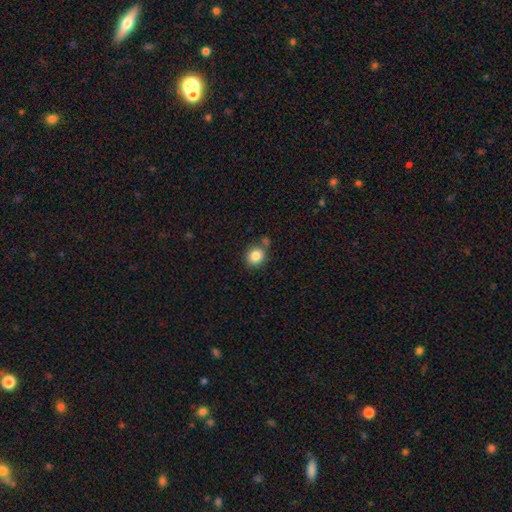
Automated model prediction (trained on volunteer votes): smooth 85%, star or artifact 9%, featured or disk 6%. Down the decision tree: how rounded — round (74%); merging — none (71%).